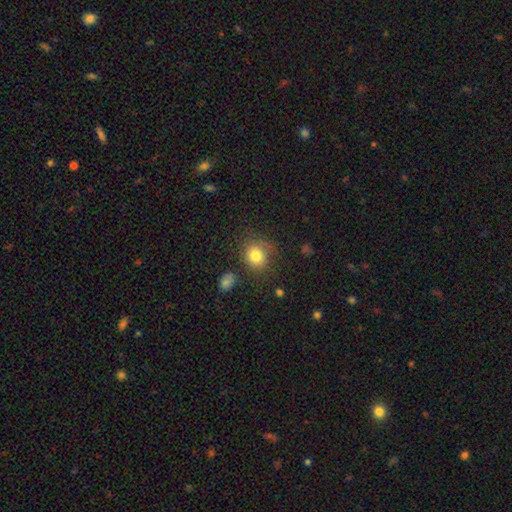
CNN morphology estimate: A smooth galaxy with no disk features (81%) that is round (78%). Merging: none (78%).